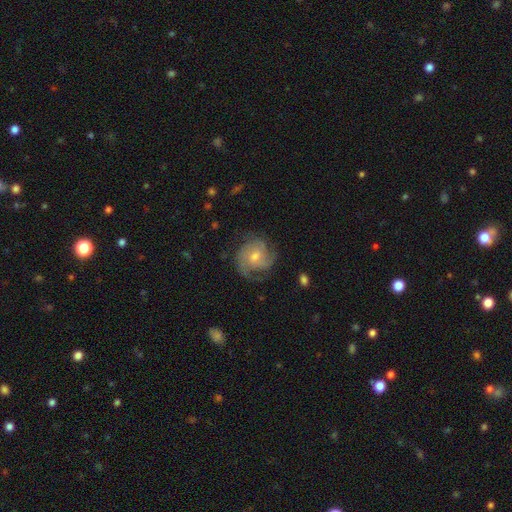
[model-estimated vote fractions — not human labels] Smooth or featured: featured or disk — 79% (smooth — 14%)
Edge-on disk: no — 98% (yes — 2%)
Bar: no — 70% (weak — 26%)
Spiral arms: yes — 95% (no — 5%)
Spiral winding: tight — 50% (medium — 39%)
Spiral arm count: 3 — 39% (2 — 21%)
Bulge size: moderate — 54% (small — 41%)
Merging: none — 72% (minor disturbance — 18%)